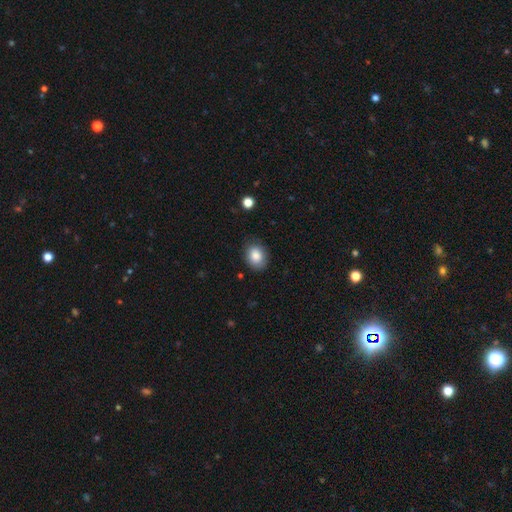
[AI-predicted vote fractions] Smooth or featured?
  - smooth: 85% *
  - star or artifact: 8%
  - featured or disk: 7%
How rounded?
  - in between: 55% *
  - round: 44%
  - cigar-shaped: 1%
Merging?
  - none: 82% *
  - minor disturbance: 14%
  - major disturbance: 3%
  - merger: 1%